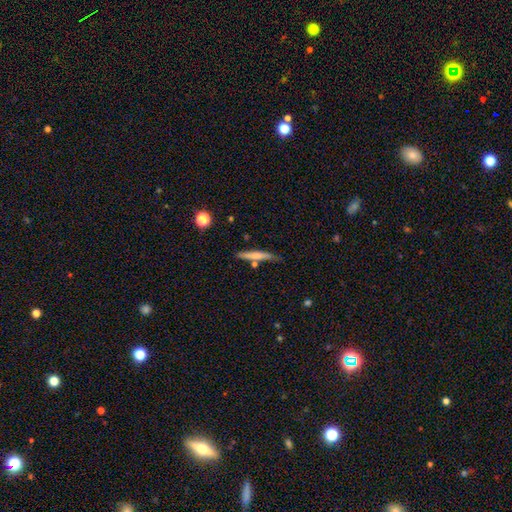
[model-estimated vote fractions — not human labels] Smooth or featured? smooth (63%)
How rounded? cigar-shaped (92%)
Merging? none (72%)